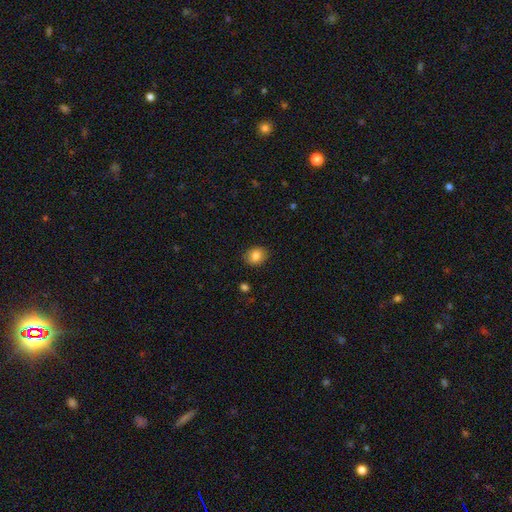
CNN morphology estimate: This is clearly a smooth galaxy (85%). How rounded: possibly round (57%). Merging: clearly none (87%).